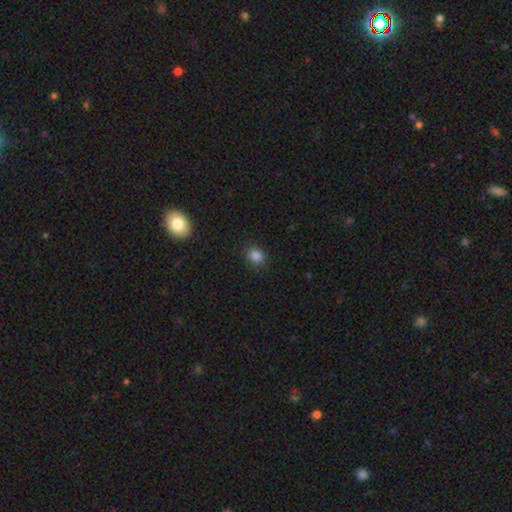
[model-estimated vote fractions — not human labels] Overall: smooth (84%). How rounded: round (69%; in between 30%). Merging: none (85%).